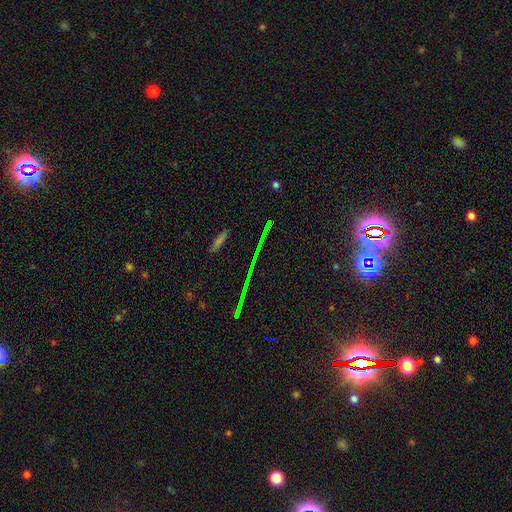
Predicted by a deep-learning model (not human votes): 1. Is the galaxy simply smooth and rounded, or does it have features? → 78% star or artifact, 11% smooth, 11% featured or disk.